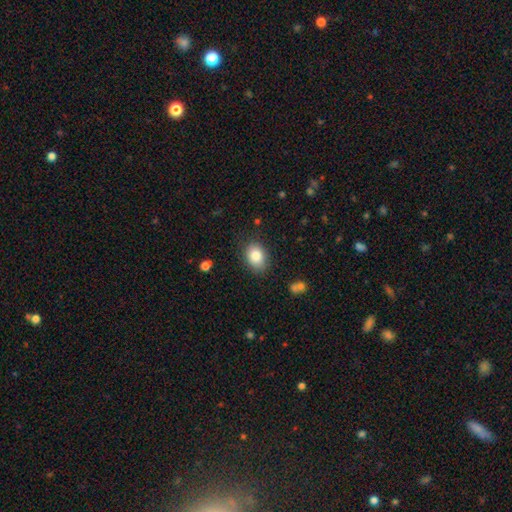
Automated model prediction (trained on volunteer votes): Q: Smooth or featured?
A: smooth (85%); runner-up: star or artifact (8%)
Q: How rounded?
A: in between (73%); runner-up: round (26%)
Q: Merging?
A: none (83%); runner-up: minor disturbance (13%)